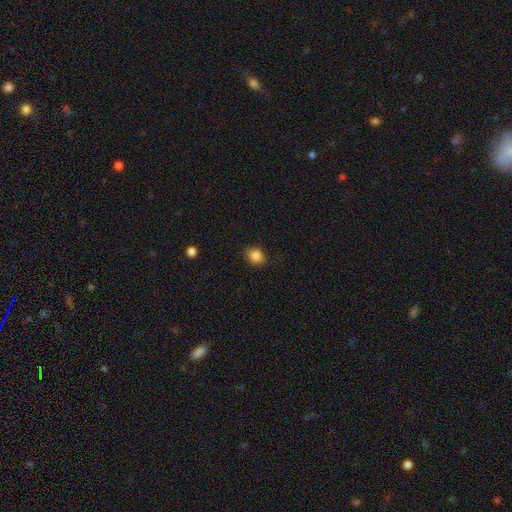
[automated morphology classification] type=smooth (85%); roundness=round (60%); merging=none (75%).